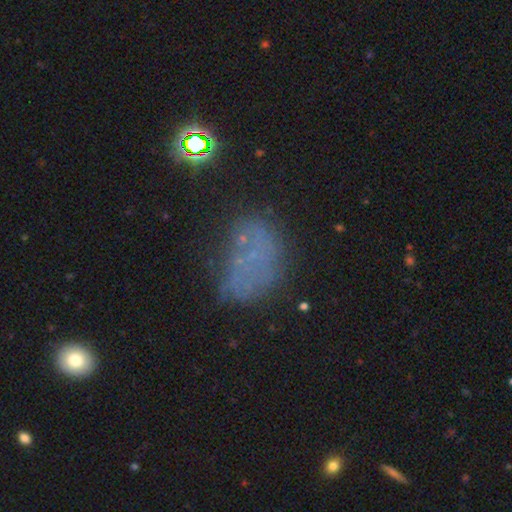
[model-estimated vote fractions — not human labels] smooth_or_featured: smooth (p=0.39) [alt: featured or disk p=0.31]
merging: none (p=0.47) [alt: minor disturbance p=0.22]